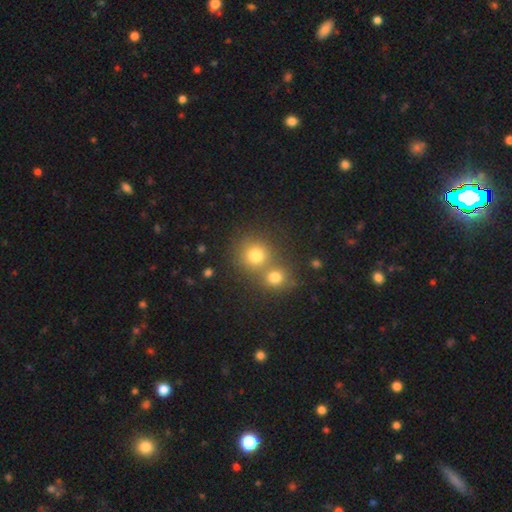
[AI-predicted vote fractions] This is likely a smooth galaxy (76%). How rounded: clearly round (88%). Merging: possibly none (48%).